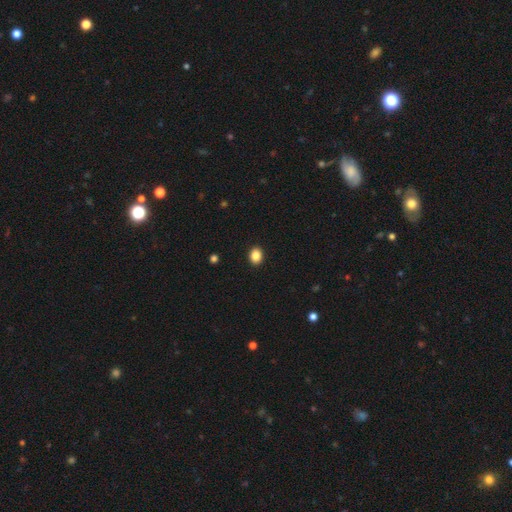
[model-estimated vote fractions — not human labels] Morphology: type=smooth (87%); roundness=round (50%, tied with in between); merging=none (92%).